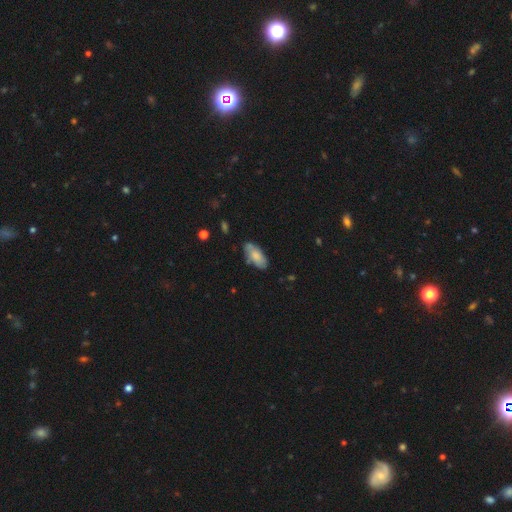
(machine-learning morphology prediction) A smooth galaxy with no disk features (71%) that is in between round and cigar-shaped (89%).

Vote fractions:
- Smooth or featured? smooth: 71% / featured or disk: 22% / star or artifact: 6%
- How rounded? in between: 89% / cigar-shaped: 9% / round: 2%
- Merging? none: 71% / minor disturbance: 22% / major disturbance: 5% / merger: 2%